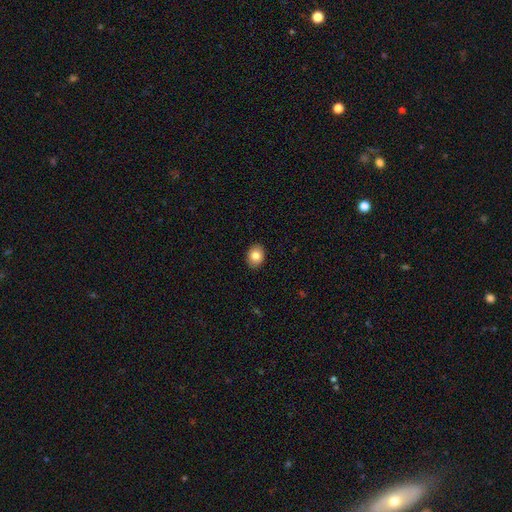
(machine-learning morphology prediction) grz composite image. It shows a smooth galaxy with no disk features (83%) that is in between round and cigar-shaped (52%). Merging: none (91%).